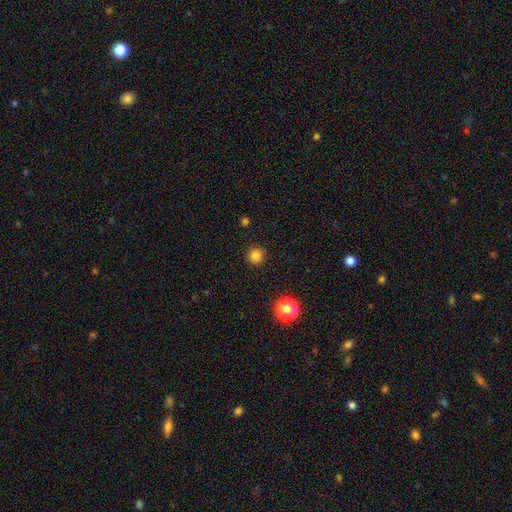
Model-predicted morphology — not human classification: Smooth or featured?
  - smooth: 83% *
  - star or artifact: 13%
  - featured or disk: 4%
How rounded?
  - round: 95% *
  - in between: 4%
  - cigar-shaped: 1%
Merging?
  - none: 91% *
  - minor disturbance: 6%
  - major disturbance: 2%
  - merger: 1%